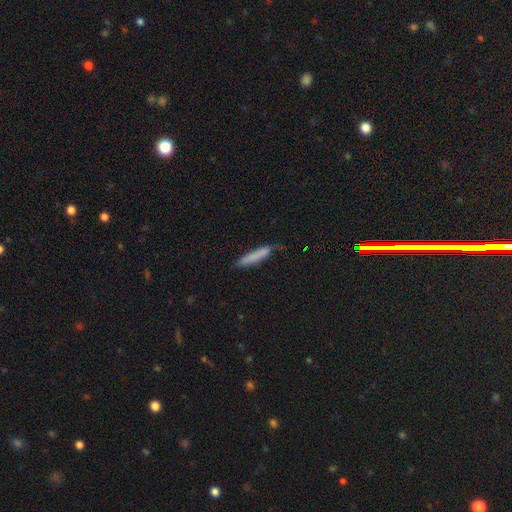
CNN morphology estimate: The model was most divided on "merging": none: 74%, minor disturbance: 20%, major disturbance: 4%, merger: 2%. More confident: how rounded — cigar-shaped (91%); smooth or featured — smooth (78%).